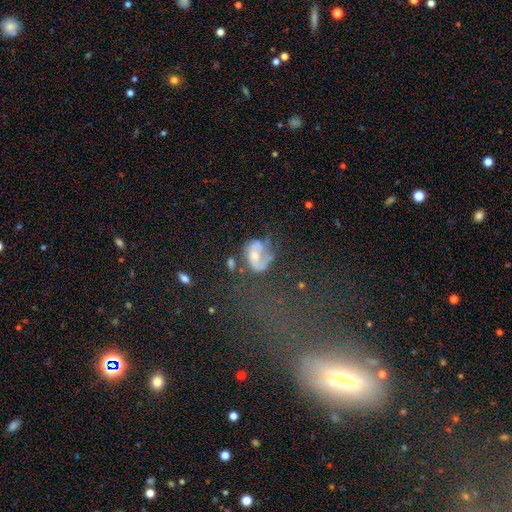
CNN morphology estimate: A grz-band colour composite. It shows a featured or disk galaxy (61%) with no bar (69%), spiral arms (73%) and a moderate central bulge (42%). Merging: major disturbance (37%).